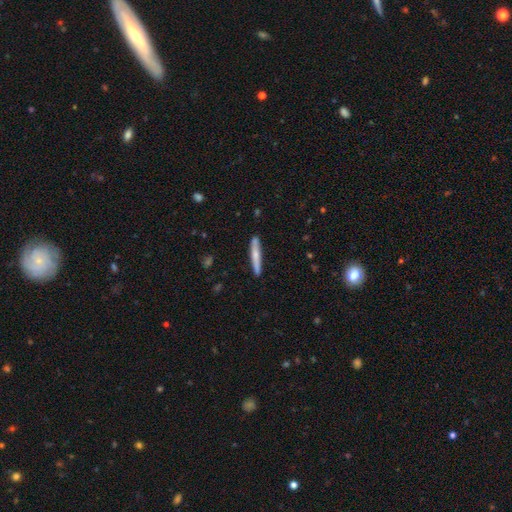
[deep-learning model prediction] A smooth galaxy with no disk features (57%) that is cigar-shaped (94%).

Vote fractions:
- Smooth or featured? smooth: 57% / featured or disk: 37% / star or artifact: 6%
- How rounded? cigar-shaped: 94% / in between: 5% / round: 1%
- Merging? none: 84% / minor disturbance: 11% / merger: 3% / major disturbance: 2%